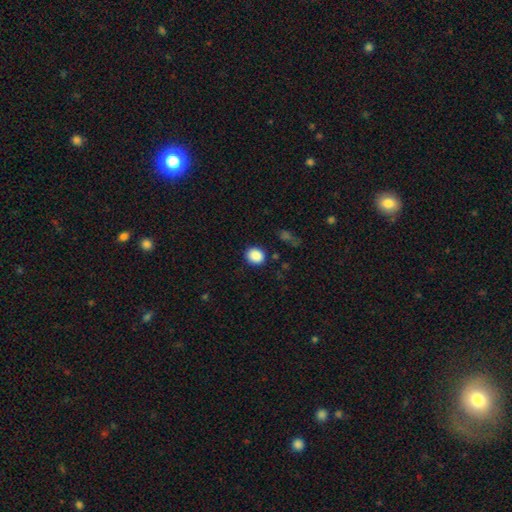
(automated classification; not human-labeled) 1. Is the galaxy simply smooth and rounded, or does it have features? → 89% smooth, 9% star or artifact, 3% featured or disk.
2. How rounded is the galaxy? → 68% round, 31% in between, 1% cigar-shaped.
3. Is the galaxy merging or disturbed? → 87% none, 9% minor disturbance, 3% major disturbance, 2% merger.